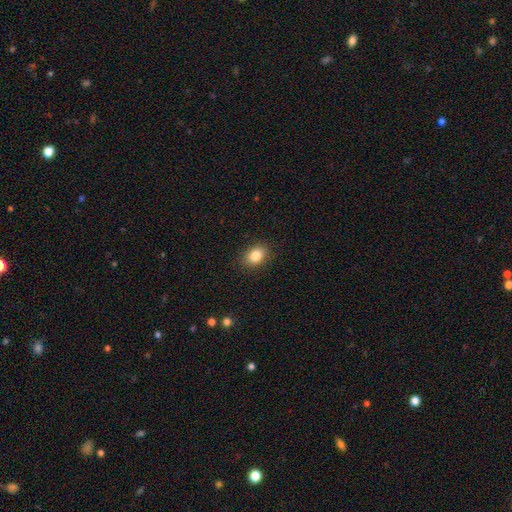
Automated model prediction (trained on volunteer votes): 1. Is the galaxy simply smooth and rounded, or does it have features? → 85% smooth, 9% star or artifact, 6% featured or disk.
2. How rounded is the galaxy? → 76% in between, 23% round, 1% cigar-shaped.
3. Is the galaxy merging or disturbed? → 88% none, 8% minor disturbance, 2% major disturbance, 1% merger.